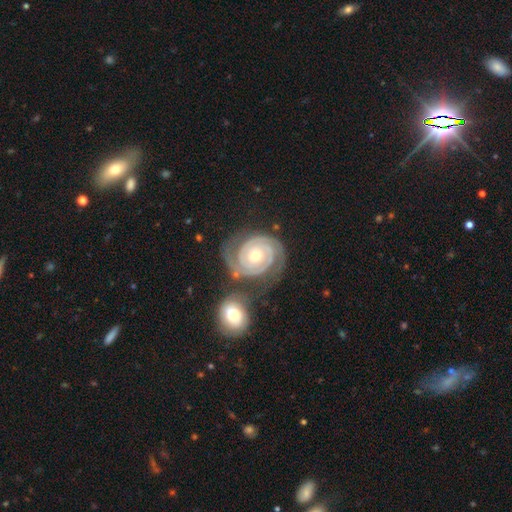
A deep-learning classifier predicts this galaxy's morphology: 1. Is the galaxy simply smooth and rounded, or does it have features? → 92% featured or disk, 4% smooth, 4% star or artifact.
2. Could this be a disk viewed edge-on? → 98% no, 2% yes.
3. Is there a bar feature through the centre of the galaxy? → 75% no, 18% weak, 7% strong.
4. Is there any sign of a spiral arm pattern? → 98% yes, 2% no.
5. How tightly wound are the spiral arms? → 82% tight, 16% medium, 3% loose.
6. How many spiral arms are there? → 87% 2, 5% 3, 4% can't tell, 2% 1, 2% 4, 2% more than 4.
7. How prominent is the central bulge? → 67% moderate, 28% small, 3% large, 1% none, 1% dominant.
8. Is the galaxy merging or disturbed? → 63% none, 17% merger, 14% minor disturbance, 6% major disturbance.